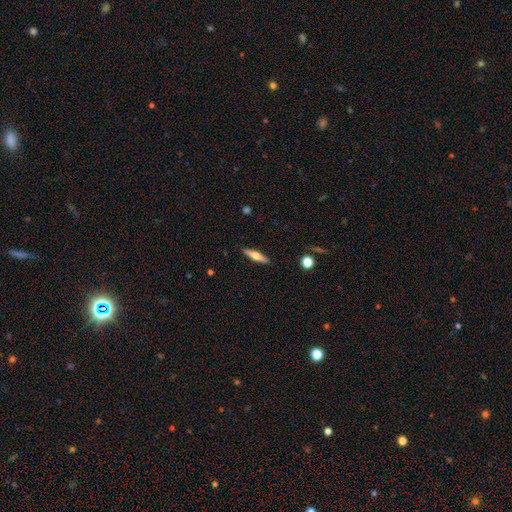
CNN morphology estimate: type=featured or disk (51%); edge-on=yes (95%); merging=none (90%).